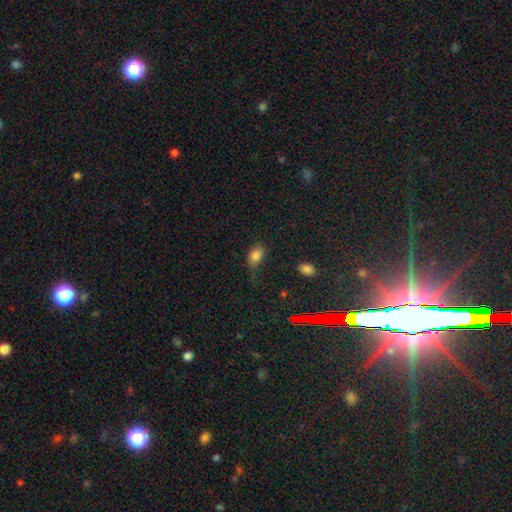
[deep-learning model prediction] The model was most divided on "merging": none: 59%, minor disturbance: 28%, major disturbance: 10%, merger: 3%. More confident: how rounded — in between (82%); smooth or featured — smooth (81%).